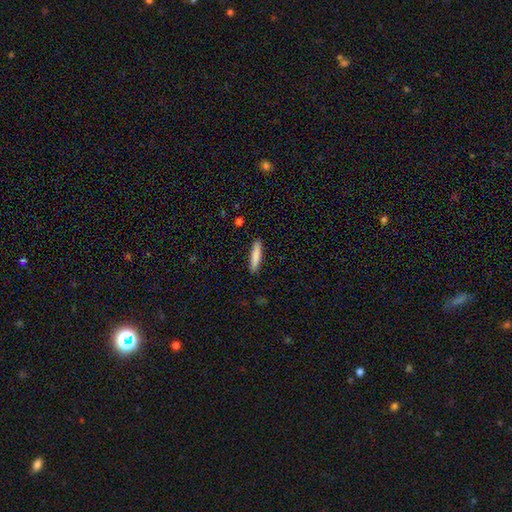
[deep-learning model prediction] Smooth or featured? smooth (84%)
How rounded? cigar-shaped (86%)
Merging? none (90%)